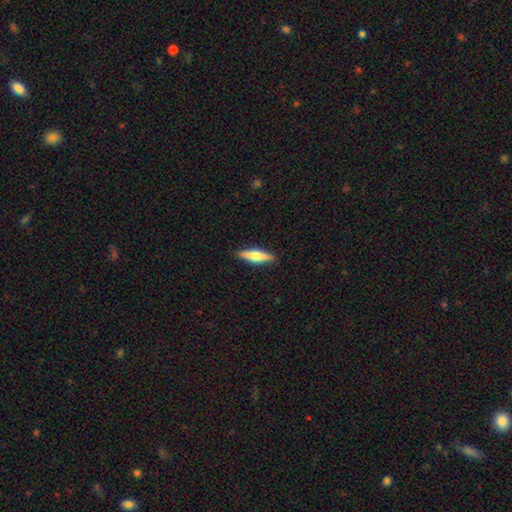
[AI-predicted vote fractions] A featured or disk galaxy (49%).

Vote fractions:
- Smooth or featured? featured or disk: 49% / smooth: 45% / star or artifact: 6%
- Merging? none: 90% / minor disturbance: 7% / major disturbance: 2% / merger: 1%